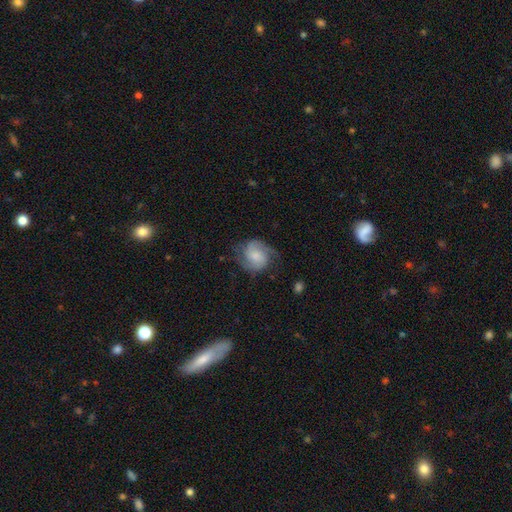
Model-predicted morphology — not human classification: A featured or disk galaxy (69%) with no bar (64%), 2 (85%) medium (47%) spiral arms (94%) and a small central bulge (39%). Merging: none (66%).